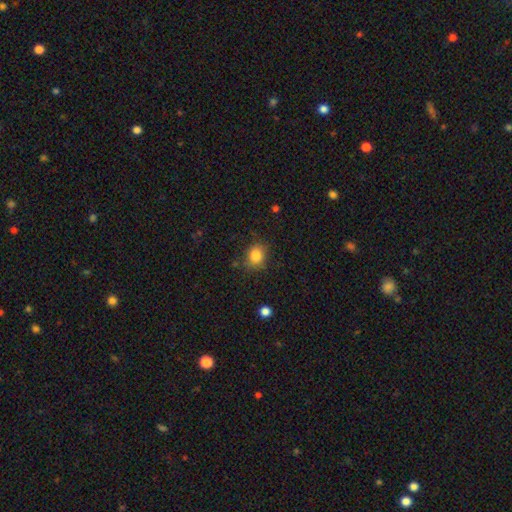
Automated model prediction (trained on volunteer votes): Smooth or featured?
  - smooth: 83% *
  - star or artifact: 10%
  - featured or disk: 6%
How rounded?
  - round: 60% *
  - in between: 39%
  - cigar-shaped: 1%
Merging?
  - none: 78% *
  - minor disturbance: 16%
  - major disturbance: 4%
  - merger: 2%